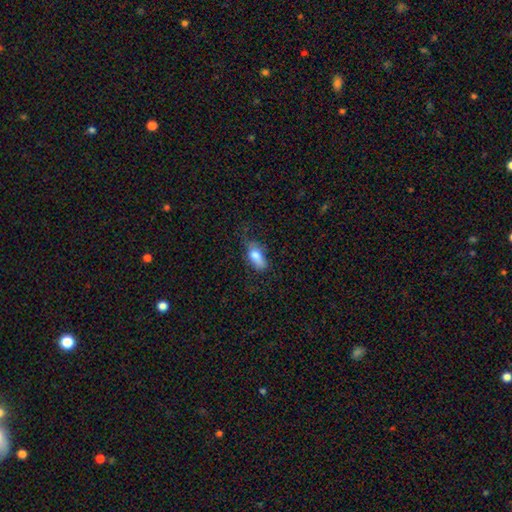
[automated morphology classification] Smooth or featured? Predicted: smooth (p=0.78). How rounded? Predicted: in between (p=0.84). Merging? Predicted: none (p=0.47).